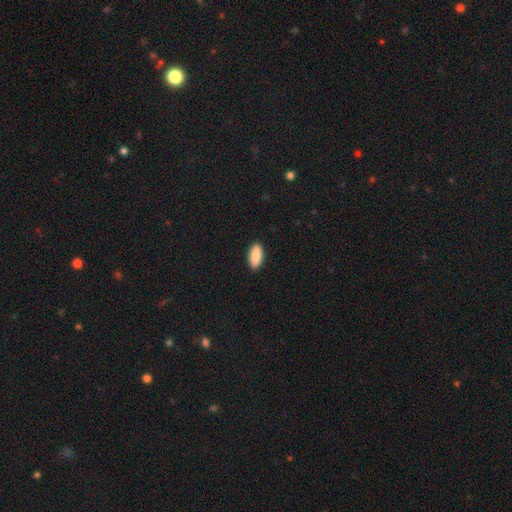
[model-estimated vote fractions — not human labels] smooth-or-featured: smooth: 90% | star or artifact: 6% | featured or disk: 4%
  how-rounded: in between: 88% | cigar-shaped: 10% | round: 2%
  merging: none: 91% | minor disturbance: 7% | major disturbance: 2% | merger: 1%